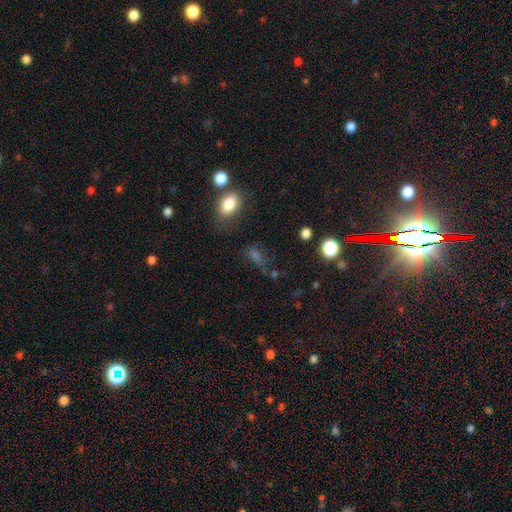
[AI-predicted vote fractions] Smooth or featured? Predicted: smooth (p=0.55). How rounded? Predicted: in between (p=0.68). Merging? Predicted: none (p=0.54).